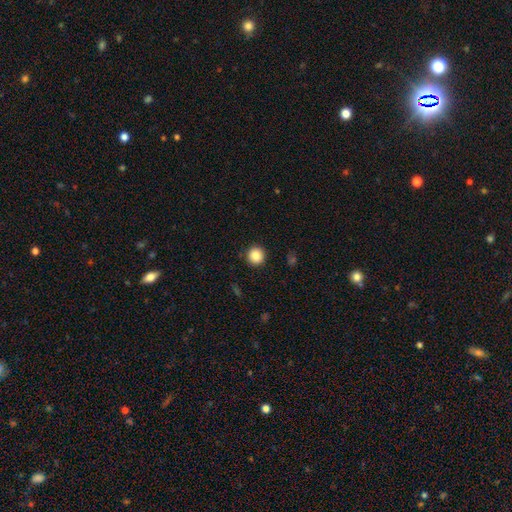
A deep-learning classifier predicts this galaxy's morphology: This appears to be a smooth galaxy with no disk features (86%) that is round (95%). Merging: none (91%).